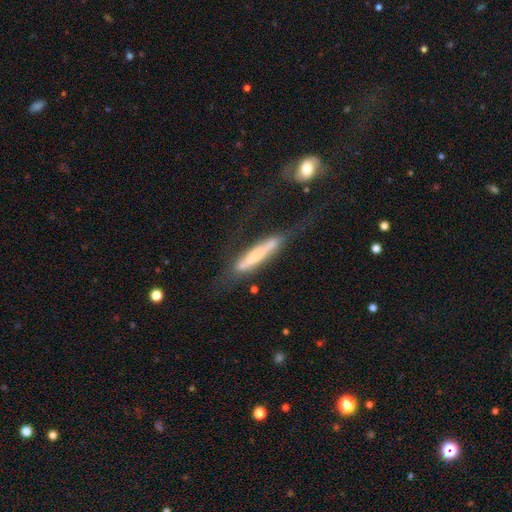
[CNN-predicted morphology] Overall: smooth (48%; featured or disk 45%). Merging: none (42%; major disturbance 26%).